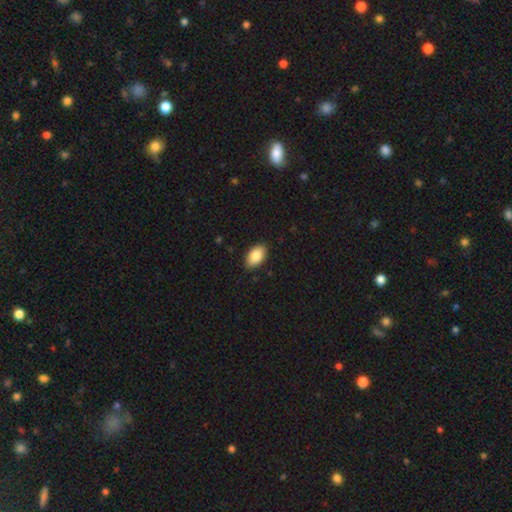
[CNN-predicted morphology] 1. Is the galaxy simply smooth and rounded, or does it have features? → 87% smooth, 7% star or artifact, 6% featured or disk.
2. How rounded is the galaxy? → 93% in between, 5% round, 2% cigar-shaped.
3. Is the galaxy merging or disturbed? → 88% none, 10% minor disturbance, 2% major disturbance, 1% merger.